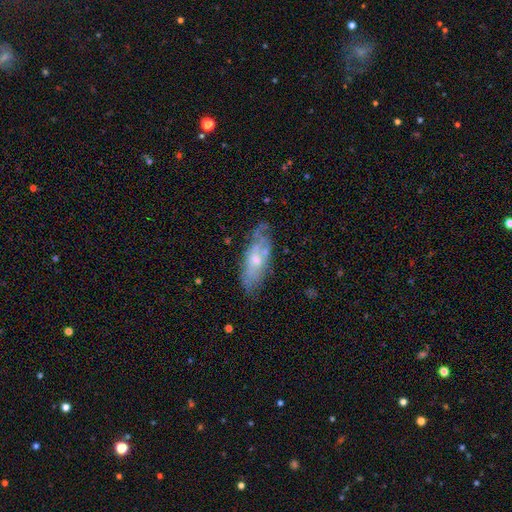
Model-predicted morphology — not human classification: type=featured or disk (55%); edge-on=no (71%); merging=none (79%).